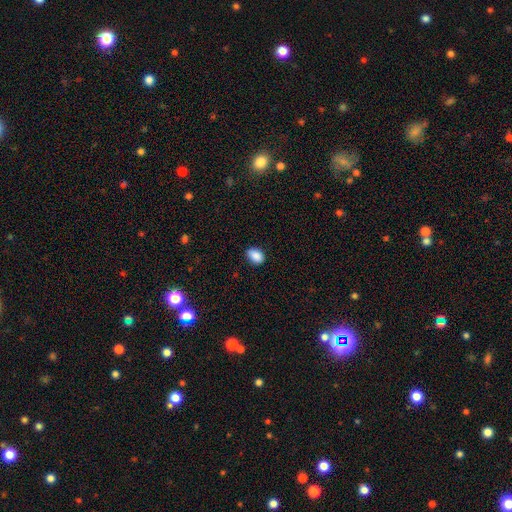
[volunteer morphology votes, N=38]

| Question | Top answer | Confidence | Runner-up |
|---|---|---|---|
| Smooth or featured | smooth | 92% | star or artifact (8%) |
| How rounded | in between | 83% | round (14%) |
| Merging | none | 74% | minor disturbance (11%) |